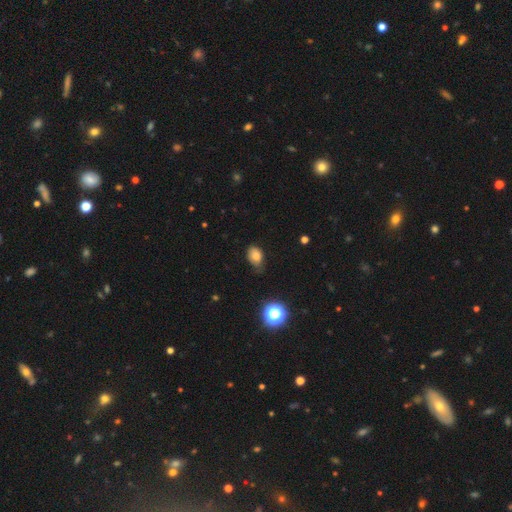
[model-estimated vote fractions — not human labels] smooth 78%, star or artifact 12%, featured or disk 10%. Down the decision tree: how rounded — in between (77%); merging — none (59%).